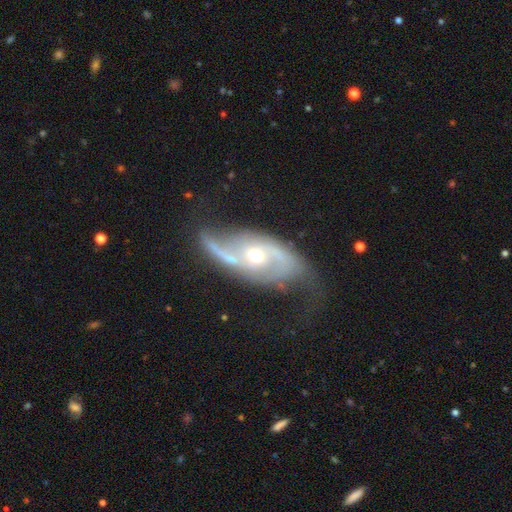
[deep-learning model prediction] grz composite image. It shows a featured or disk galaxy (82%) with no bar (62%), 2 (87%) loose (56%) spiral arms (86%) and a moderate central bulge (72%). Merging: none (60%).